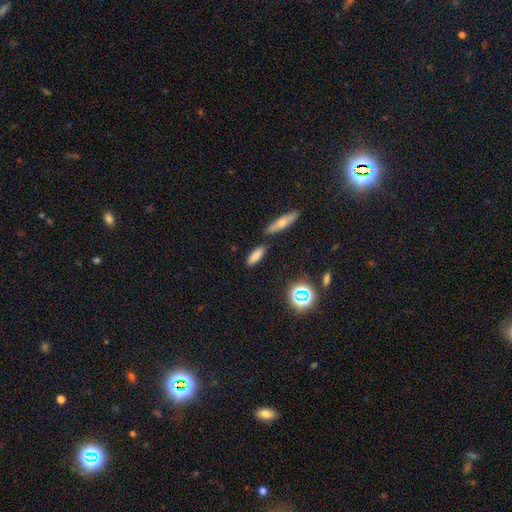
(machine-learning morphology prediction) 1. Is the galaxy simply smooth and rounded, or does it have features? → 78% smooth, 12% star or artifact, 9% featured or disk.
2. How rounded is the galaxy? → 57% in between, 39% cigar-shaped, 4% round.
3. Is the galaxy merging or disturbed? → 78% none, 10% minor disturbance, 9% merger, 3% major disturbance.